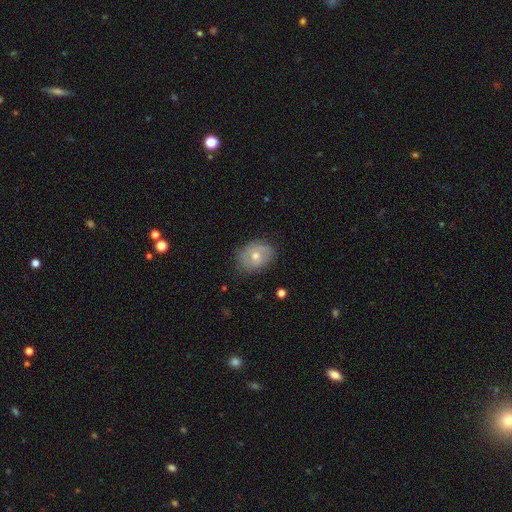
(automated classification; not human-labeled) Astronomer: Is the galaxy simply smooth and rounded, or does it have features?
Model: smooth — 48% (runner-up: featured or disk, 42%).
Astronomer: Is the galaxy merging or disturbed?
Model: none — 79%.